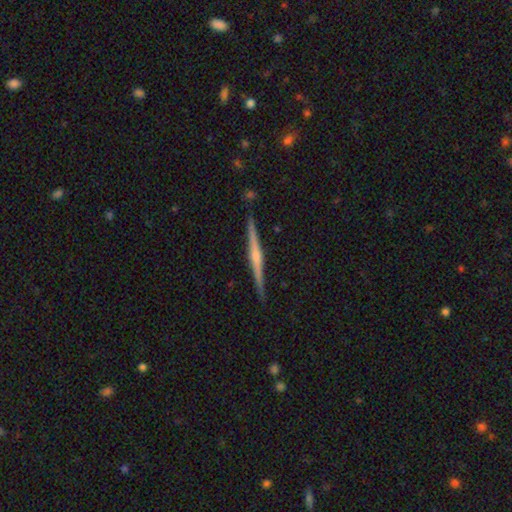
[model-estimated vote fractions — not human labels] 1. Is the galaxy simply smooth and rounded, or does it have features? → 78% featured or disk, 17% smooth, 5% star or artifact.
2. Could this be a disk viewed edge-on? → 98% yes, 2% no.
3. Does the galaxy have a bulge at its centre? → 74% rounded, 16% none, 10% boxy.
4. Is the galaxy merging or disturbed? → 91% none, 7% minor disturbance, 1% major disturbance, 1% merger.